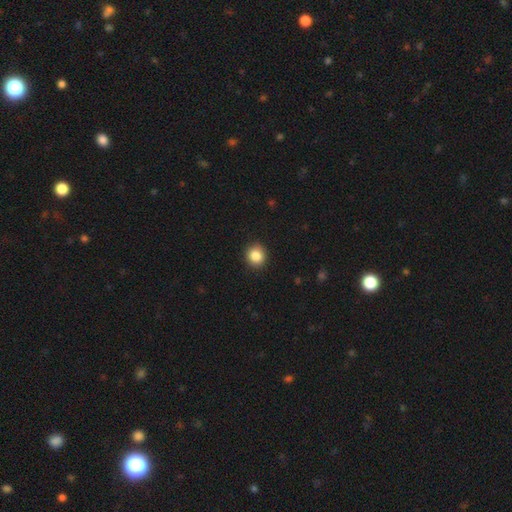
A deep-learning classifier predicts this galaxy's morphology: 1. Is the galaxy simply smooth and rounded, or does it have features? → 86% smooth, 10% star or artifact, 5% featured or disk.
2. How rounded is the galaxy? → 85% round, 14% in between, 1% cigar-shaped.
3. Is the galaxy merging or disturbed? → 92% none, 6% minor disturbance, 2% major disturbance, 1% merger.